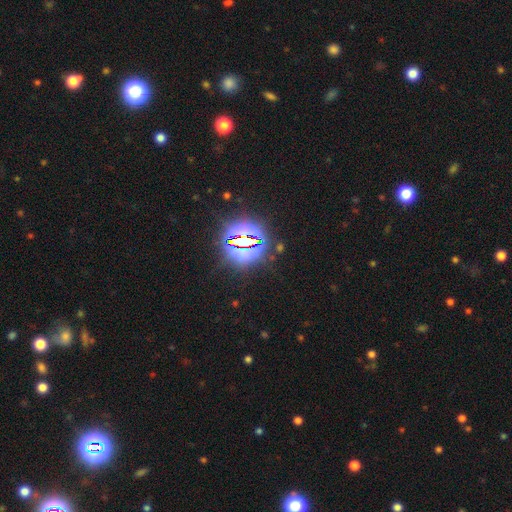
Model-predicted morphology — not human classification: Smooth or featured?
  - star or artifact: 84% *
  - smooth: 10%
  - featured or disk: 6%